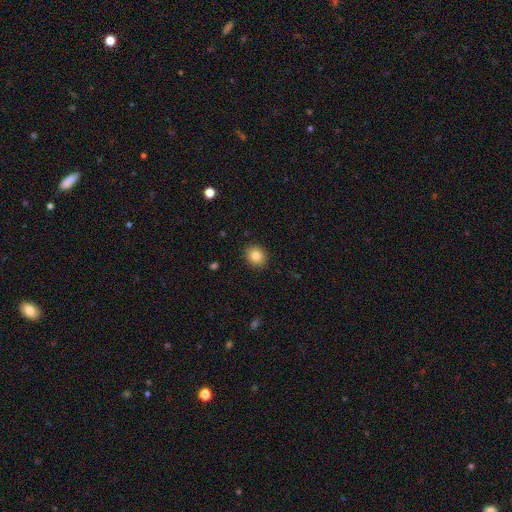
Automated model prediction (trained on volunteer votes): A smooth galaxy with no disk features (82%) that is round (69%).

Vote fractions:
- Smooth or featured? smooth: 82% / star or artifact: 10% / featured or disk: 8%
- How rounded? round: 69% / in between: 30% / cigar-shaped: 1%
- Merging? none: 90% / minor disturbance: 7% / major disturbance: 2% / merger: 1%